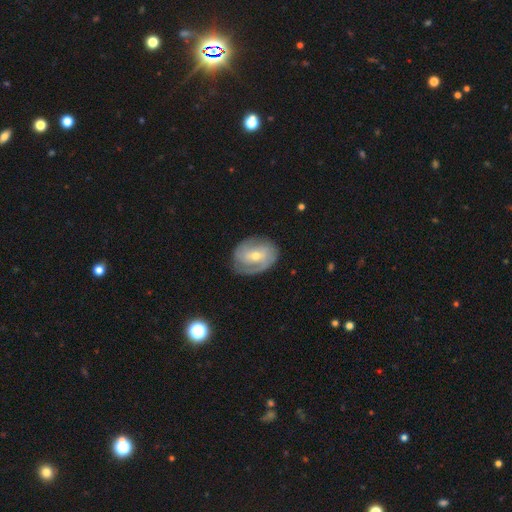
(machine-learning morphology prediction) The model was most divided on "bar": no: 44%, weak: 43%, strong: 13%. Remaining: edge-on disk — no (96%); spiral arms — yes (89%); merging — none (76%); smooth or featured — featured or disk (75%); bulge size — moderate (51%); spiral winding — tight (50%); spiral arm count — 2 (48%).